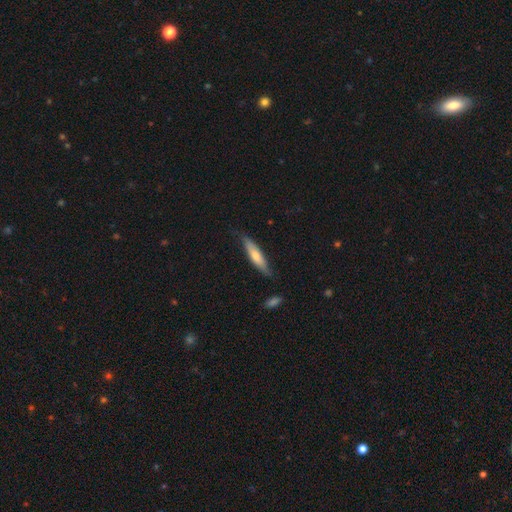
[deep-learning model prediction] Smooth or featured: smooth — 60% (featured or disk — 35%)
How rounded: cigar-shaped — 80% (in between — 18%)
Merging: none — 76% (minor disturbance — 19%)